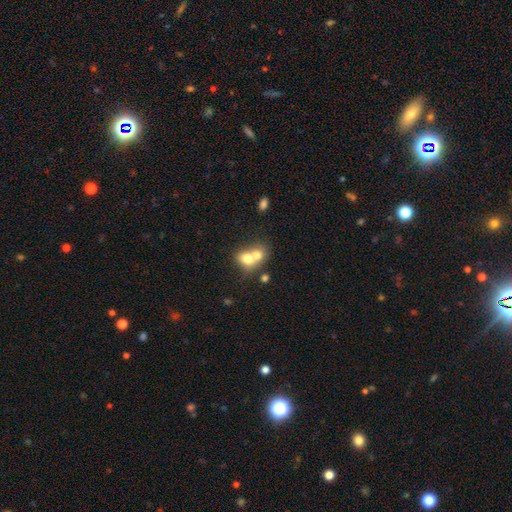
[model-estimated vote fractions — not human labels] The model was most divided on "how rounded": in between: 50%, round: 49%, cigar-shaped: 1%. More confident: merging — merger (71%); smooth or featured — smooth (69%).